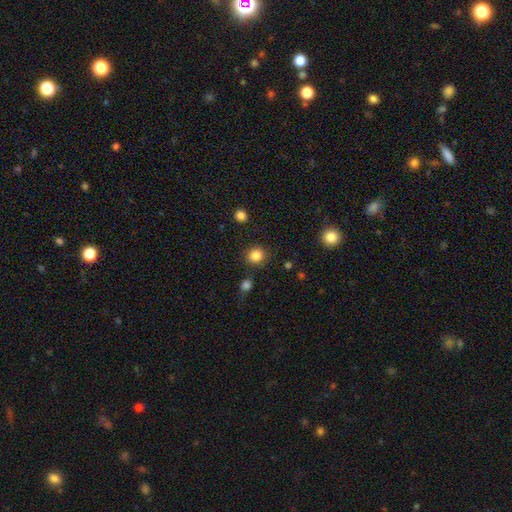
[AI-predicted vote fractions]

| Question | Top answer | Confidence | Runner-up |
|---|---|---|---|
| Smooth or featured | smooth | 84% | star or artifact (11%) |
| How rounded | round | 88% | in between (11%) |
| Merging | none | 87% | minor disturbance (8%) |